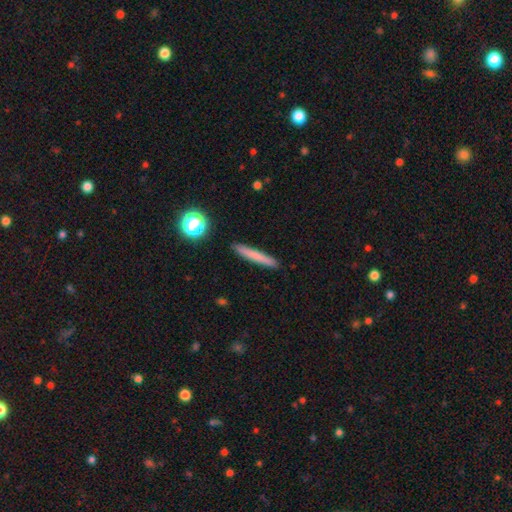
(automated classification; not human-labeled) smooth_or_featured: smooth (p=0.73) [alt: featured or disk p=0.19]
how_rounded: cigar-shaped (p=0.95) [alt: in between p=0.04]
merging: none (p=0.91) [alt: minor disturbance p=0.06]